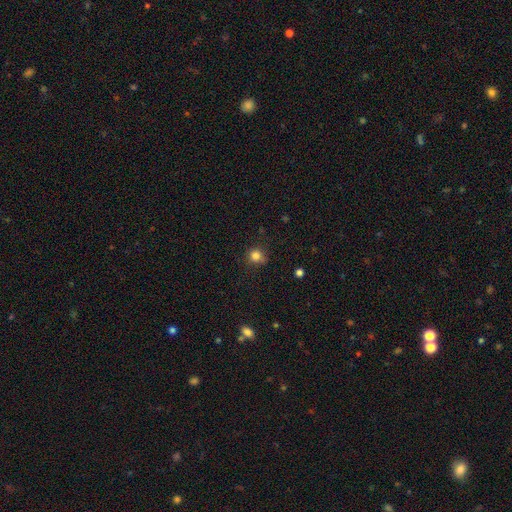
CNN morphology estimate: Smooth or featured: smooth — 82% (star or artifact — 13%)
How rounded: round — 87% (in between — 12%)
Merging: none — 76% (minor disturbance — 18%)